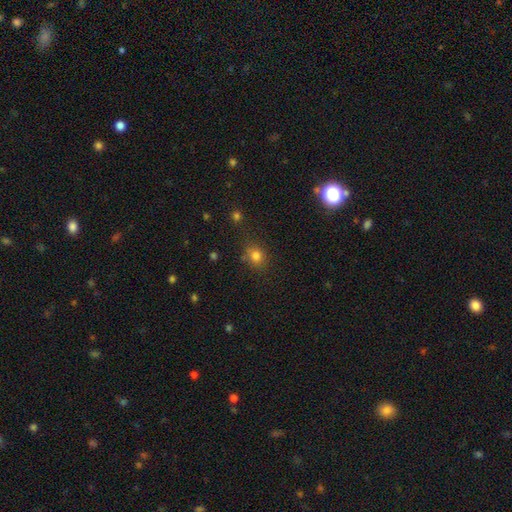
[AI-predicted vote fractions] Morphology: type=smooth (79%); roundness=round (67%); merging=none (75%).